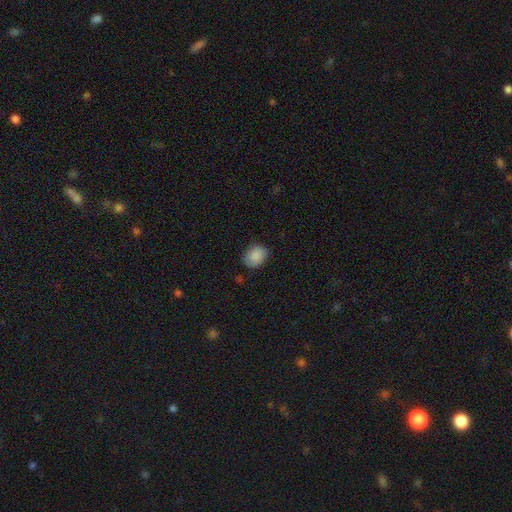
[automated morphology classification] Overall: smooth (88%). How rounded: in between (52%; round 47%). Merging: none (77%).